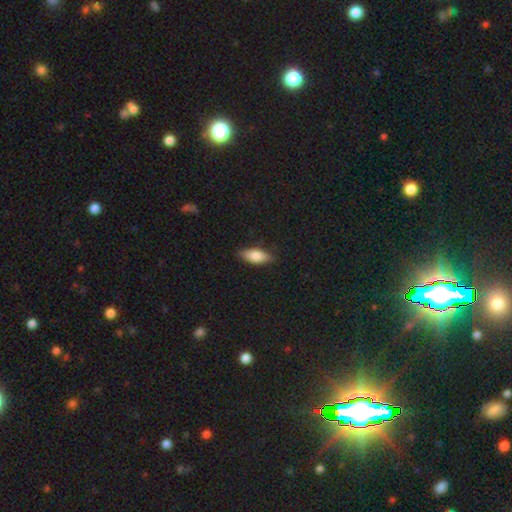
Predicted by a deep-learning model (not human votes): Q: Smooth or featured?
A: smooth (79%); runner-up: featured or disk (14%)
Q: How rounded?
A: in between (80%); runner-up: cigar-shaped (17%)
Q: Merging?
A: none (84%); runner-up: minor disturbance (13%)